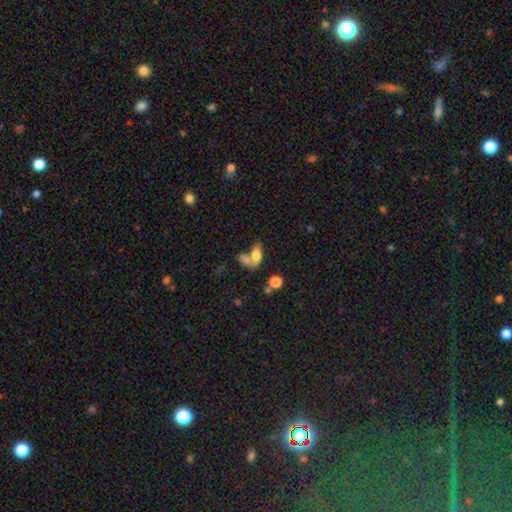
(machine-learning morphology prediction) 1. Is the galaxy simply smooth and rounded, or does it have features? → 71% smooth, 19% featured or disk, 10% star or artifact.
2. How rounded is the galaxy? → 81% in between, 10% round, 9% cigar-shaped.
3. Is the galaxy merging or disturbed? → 47% merger, 32% none, 12% minor disturbance, 10% major disturbance.